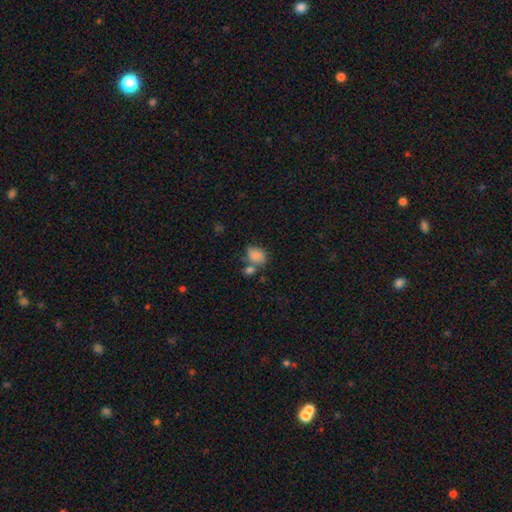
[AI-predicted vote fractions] A smooth galaxy with no disk features (79%) that is in between round and cigar-shaped (62%). Merging: none (41%).